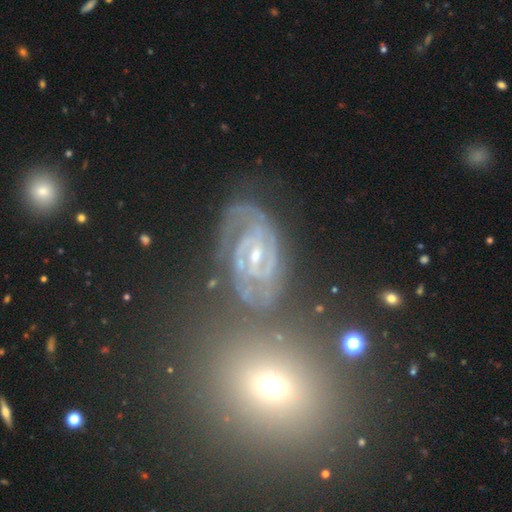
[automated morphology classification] type=featured or disk (87%); edge-on=no (97%); bar=weak (46%); spiral arms=yes (97%); winding=tight (58%); arm count=2 (55%); bulge=small (64%); merging=none (60%).